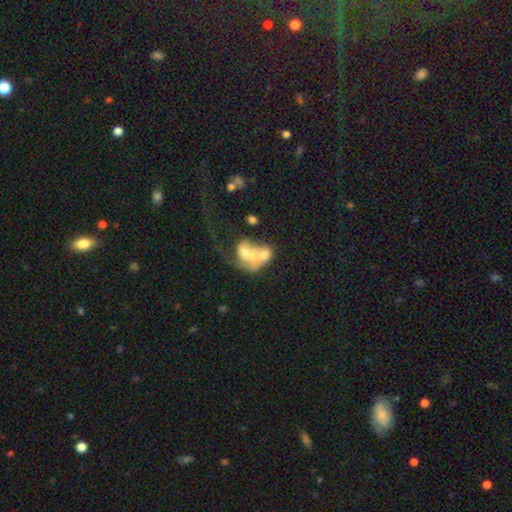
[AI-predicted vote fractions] Q: Smooth or featured?
A: featured or disk (48%); runner-up: smooth (42%)
Q: Merging?
A: merger (60%); runner-up: major disturbance (22%)